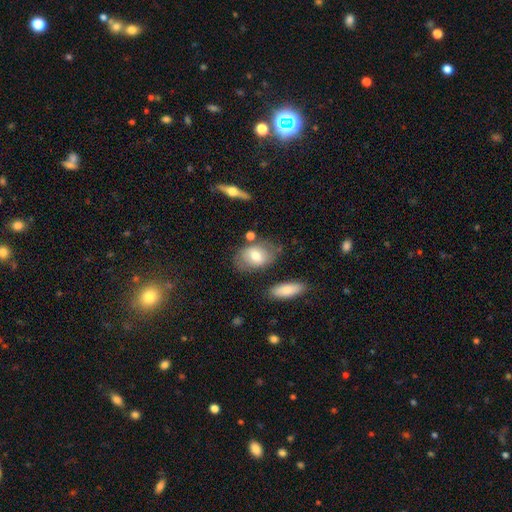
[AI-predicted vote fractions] Smooth or featured? smooth (62%)
How rounded? in between (81%)
Merging? none (64%)